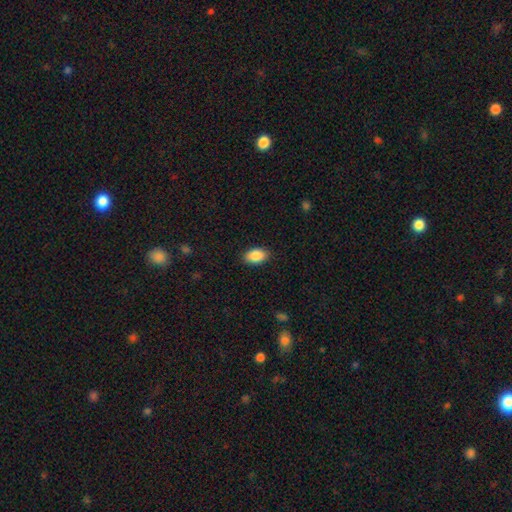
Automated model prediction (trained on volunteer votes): The model was most divided on "merging": none: 88%, minor disturbance: 9%, major disturbance: 2%, merger: 1%. More confident: how rounded — in between (91%); smooth or featured — smooth (88%).